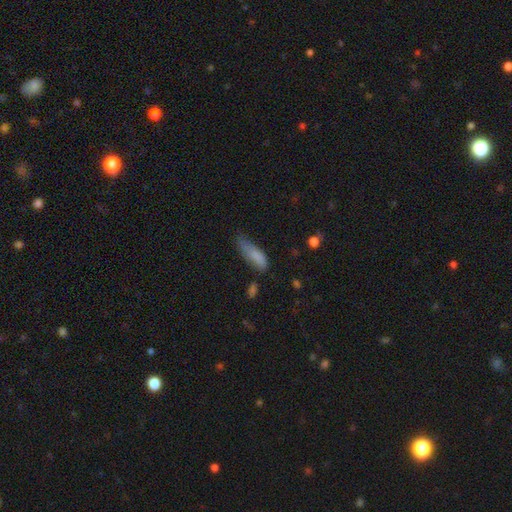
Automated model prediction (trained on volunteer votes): This is clearly a smooth galaxy (82%). How rounded: possibly in between (54%). Merging: marginally minor disturbance (41%).